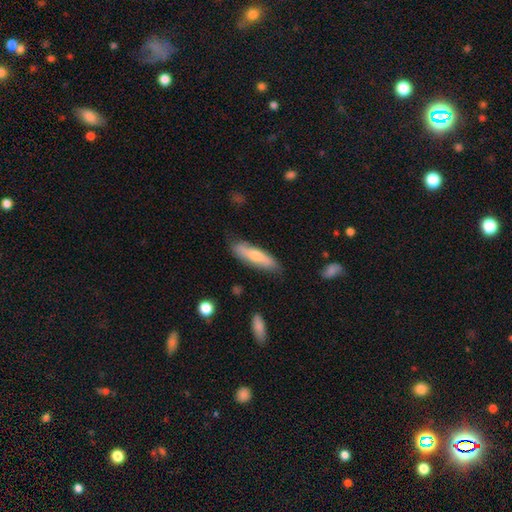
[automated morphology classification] Smooth or featured: smooth — 58% (featured or disk — 36%)
How rounded: cigar-shaped — 69% (in between — 29%)
Merging: none — 79% (minor disturbance — 17%)